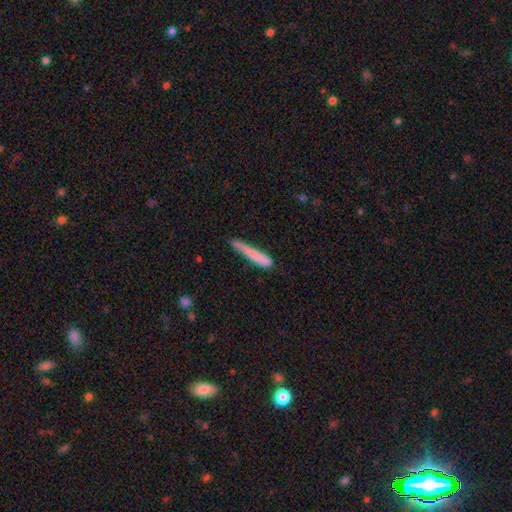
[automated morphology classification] Smooth or featured? smooth (75%)
How rounded? cigar-shaped (95%)
Merging? none (64%)